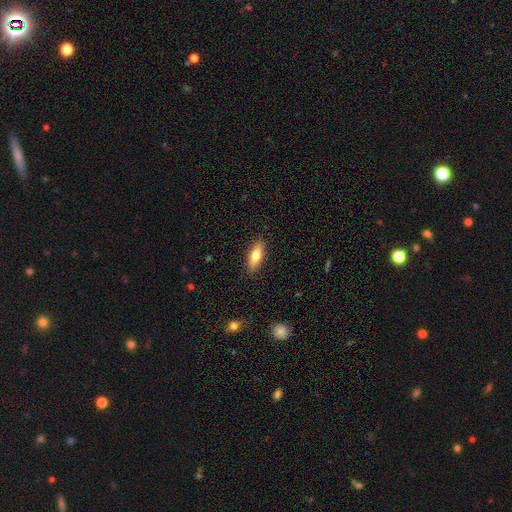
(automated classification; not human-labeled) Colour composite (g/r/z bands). It shows a smooth galaxy with no disk features (68%) that is in between round and cigar-shaped (60%). Merging: none (89%).